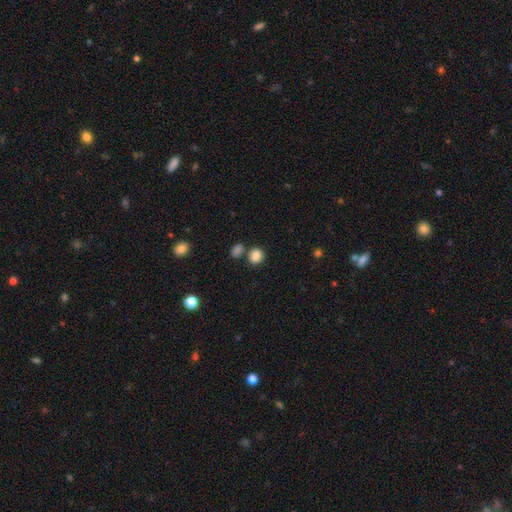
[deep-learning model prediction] Morphology: type=smooth (85%); roundness=round (77%); merging=none (72%).